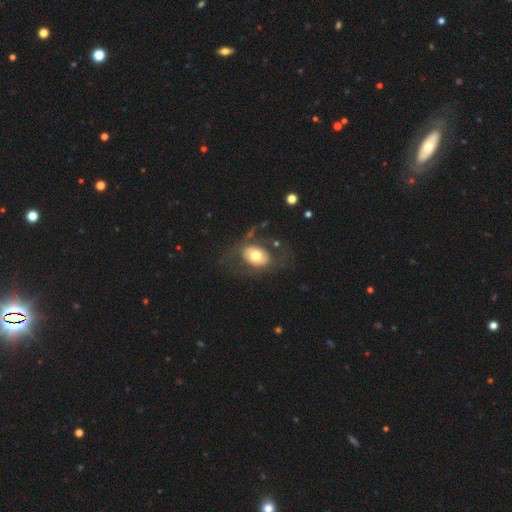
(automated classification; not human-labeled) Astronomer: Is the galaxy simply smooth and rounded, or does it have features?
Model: smooth — 51% (runner-up: featured or disk, 42%).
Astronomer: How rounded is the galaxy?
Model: in between — 74%.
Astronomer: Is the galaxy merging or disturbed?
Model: none — 59%.